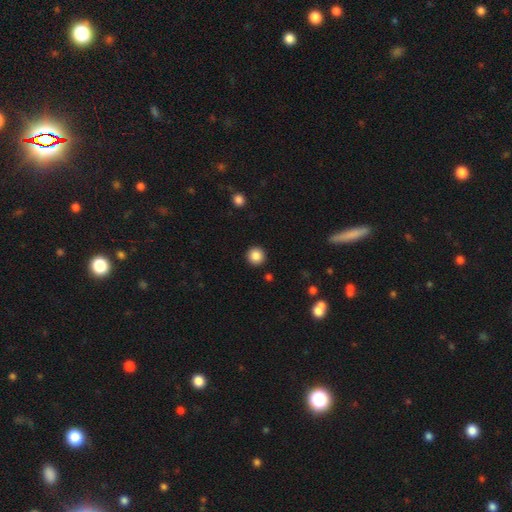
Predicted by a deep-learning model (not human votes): smooth_or_featured: smooth (p=0.87) [alt: star or artifact p=0.10]
how_rounded: round (p=0.94) [alt: in between p=0.05]
merging: none (p=0.92) [alt: minor disturbance p=0.05]